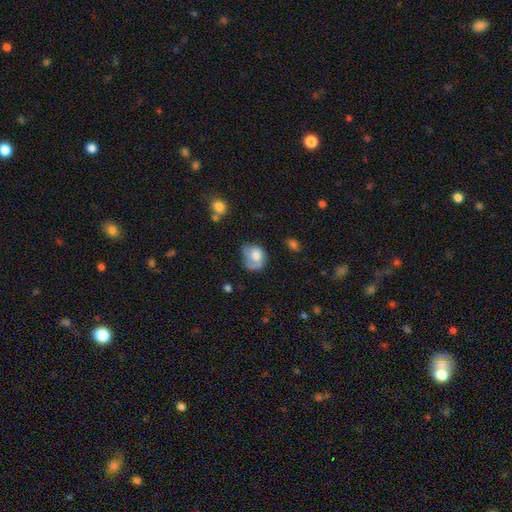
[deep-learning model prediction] A smooth galaxy with no disk features (62%) that is round (53%).

Vote fractions:
- Smooth or featured? smooth: 62% / featured or disk: 30% / star or artifact: 8%
- How rounded? round: 53% / in between: 46% / cigar-shaped: 1%
- Merging? none: 35% / minor disturbance: 34% / major disturbance: 26% / merger: 5%